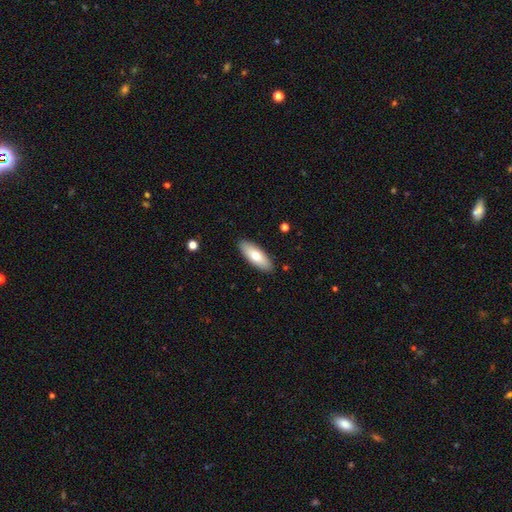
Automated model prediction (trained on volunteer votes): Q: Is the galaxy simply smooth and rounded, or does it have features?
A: smooth — 69%.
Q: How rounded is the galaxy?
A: in between — 72%.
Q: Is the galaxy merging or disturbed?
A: none — 90%.